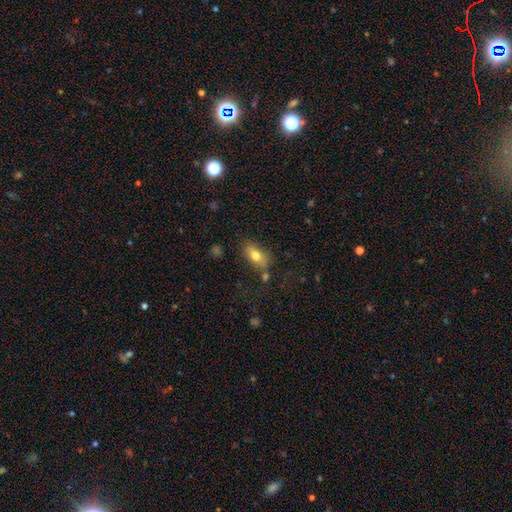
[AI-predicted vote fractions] smooth_or_featured: smooth (p=0.75) [alt: featured or disk p=0.17]
how_rounded: in between (p=0.84) [alt: cigar-shaped p=0.09]
merging: none (p=0.71) [alt: minor disturbance p=0.17]